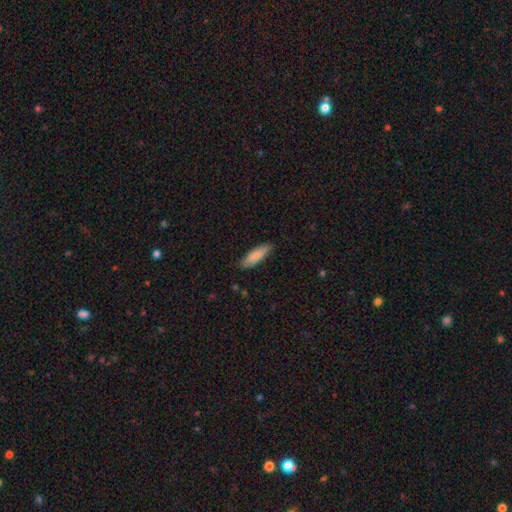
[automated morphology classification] smooth 84%, featured or disk 11%, star or artifact 5%. Down the decision tree: how rounded — in between (49%, tied with cigar-shaped); merging — none (84%).